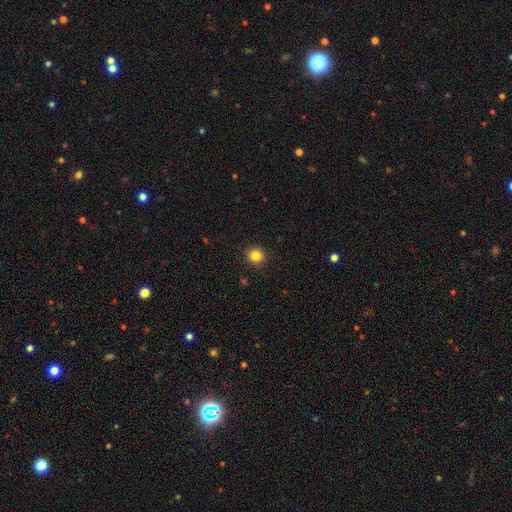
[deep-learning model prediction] Smooth or featured? smooth (85%)
How rounded? round (88%)
Merging? none (92%)